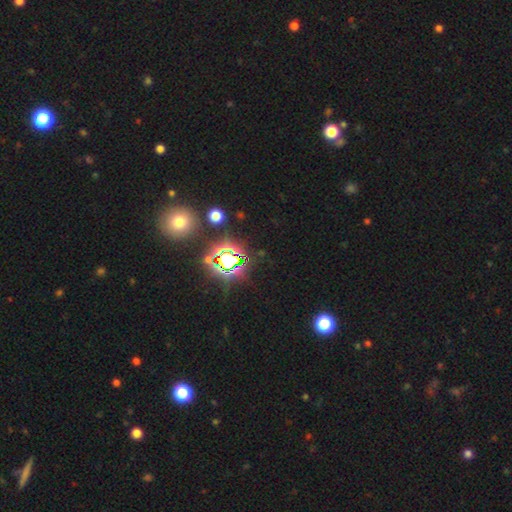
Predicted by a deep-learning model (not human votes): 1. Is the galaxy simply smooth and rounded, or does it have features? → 78% star or artifact, 14% smooth, 8% featured or disk.